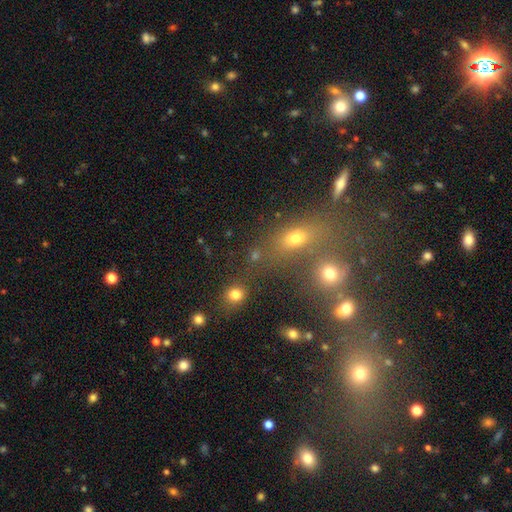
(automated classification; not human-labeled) Q: Smooth or featured?
A: smooth (64%); runner-up: star or artifact (25%)
Q: How rounded?
A: round (54%); runner-up: in between (41%)
Q: Merging?
A: none (62%); runner-up: merger (20%)